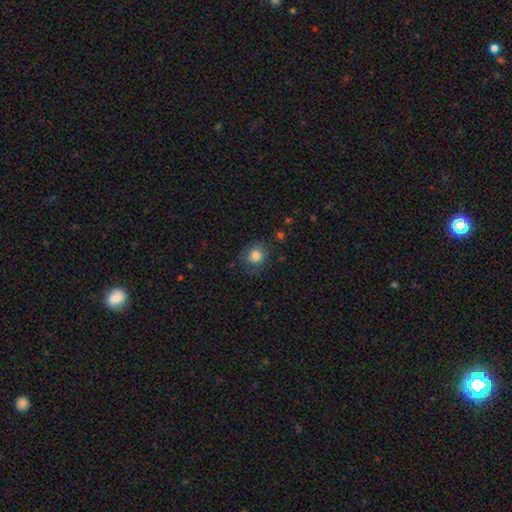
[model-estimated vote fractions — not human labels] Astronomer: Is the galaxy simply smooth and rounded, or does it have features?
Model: smooth — 82%.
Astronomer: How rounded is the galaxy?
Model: round — 76%.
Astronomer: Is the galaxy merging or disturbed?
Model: none — 74%.